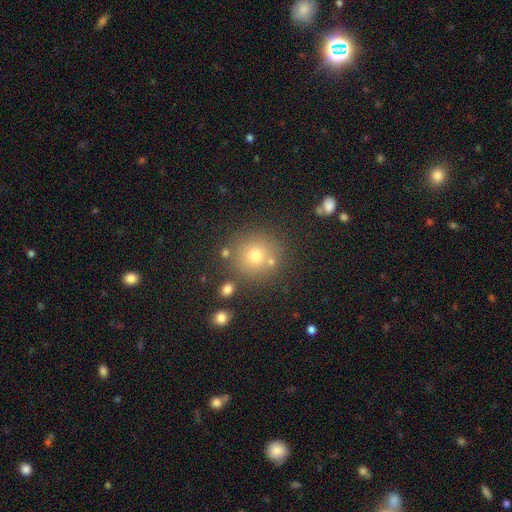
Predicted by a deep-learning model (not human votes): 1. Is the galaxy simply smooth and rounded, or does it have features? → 71% smooth, 17% star or artifact, 12% featured or disk.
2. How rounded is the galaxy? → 92% round, 7% in between, 1% cigar-shaped.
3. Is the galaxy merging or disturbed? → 79% none, 9% merger, 8% minor disturbance, 3% major disturbance.